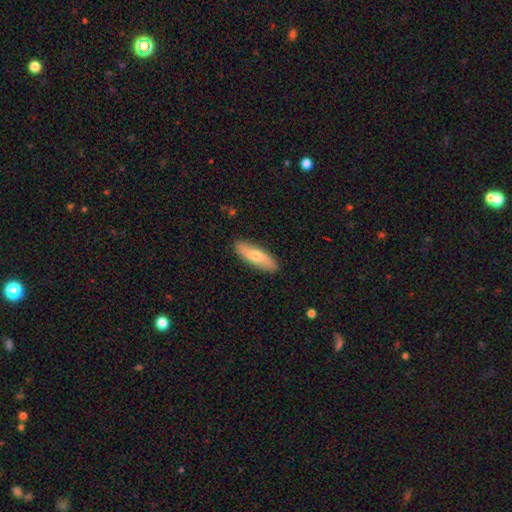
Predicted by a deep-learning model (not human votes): Overall: smooth (61%; featured or disk 34%). How rounded: cigar-shaped (54%; in between 43%). Merging: none (89%).